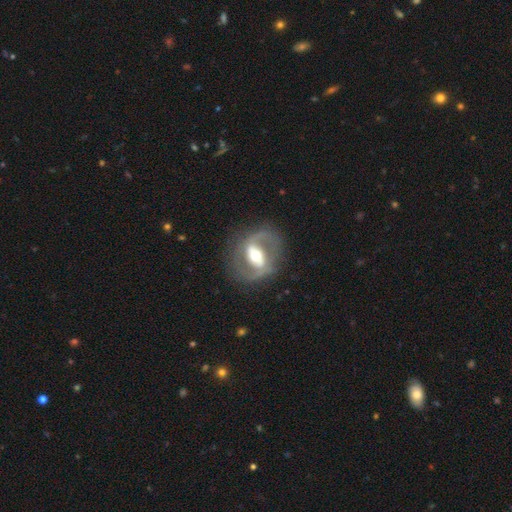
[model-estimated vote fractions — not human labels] smooth-or-featured: featured or disk: 80% | smooth: 14% | star or artifact: 5%
  disk-edge-on: no: 95% | yes: 5%
    bar: strong: 47% | weak: 32% | no: 21%
    has-spiral-arms: yes: 77% | no: 23%
      spiral-winding: medium: 50% | loose: 30% | tight: 21%
      spiral-arm-count: 2: 86% | can't tell: 6% | 1: 4% | 3: 2% | 4: 1% | more than 4: 1%
    bulge-size: moderate: 67% | large: 16% | small: 14% | dominant: 2% | none: 1%
  merging: none: 77% | minor disturbance: 13% | major disturbance: 9% | merger: 2%